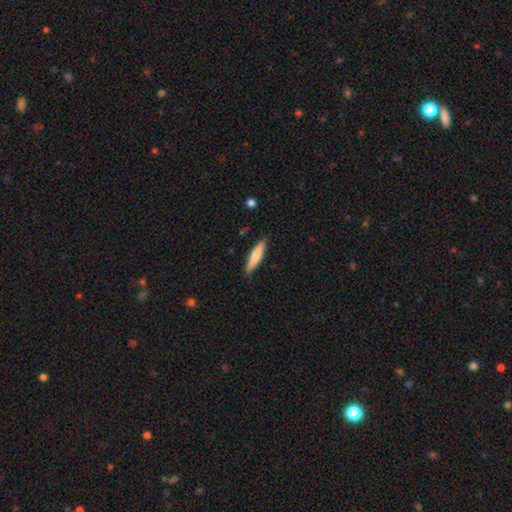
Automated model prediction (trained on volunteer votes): Smooth or featured? Predicted: smooth (p=0.75). How rounded? Predicted: cigar-shaped (p=0.82). Merging? Predicted: none (p=0.88).